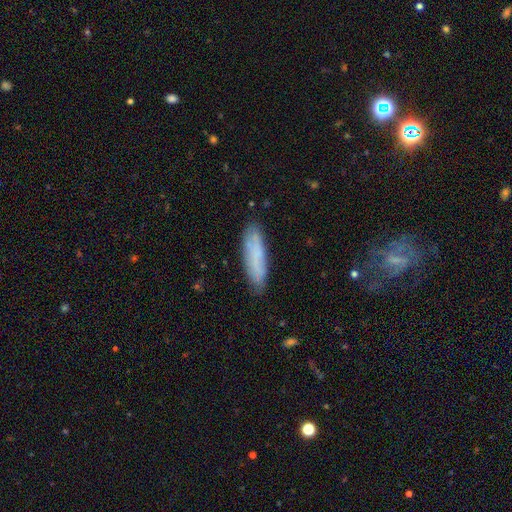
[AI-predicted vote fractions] Smooth or featured? Predicted: smooth (p=0.71). How rounded? Predicted: cigar-shaped (p=0.73). Merging? Predicted: none (p=0.83).